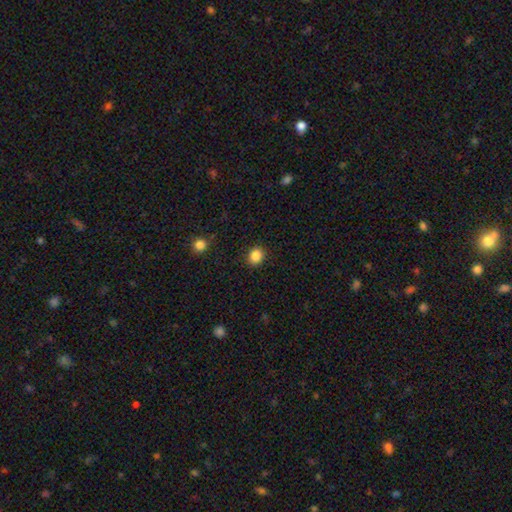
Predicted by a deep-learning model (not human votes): Smooth or featured: smooth — 86% (star or artifact — 11%)
How rounded: round — 73% (in between — 26%)
Merging: none — 90% (minor disturbance — 7%)